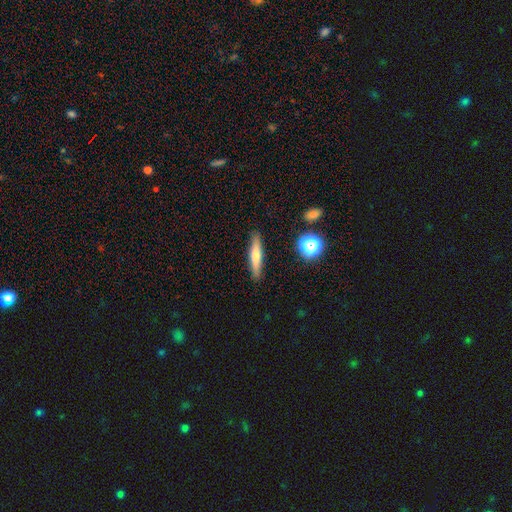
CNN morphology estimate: smooth 53%, featured or disk 38%, star or artifact 9%. Down the decision tree: how rounded — cigar-shaped (87%); merging — none (88%).